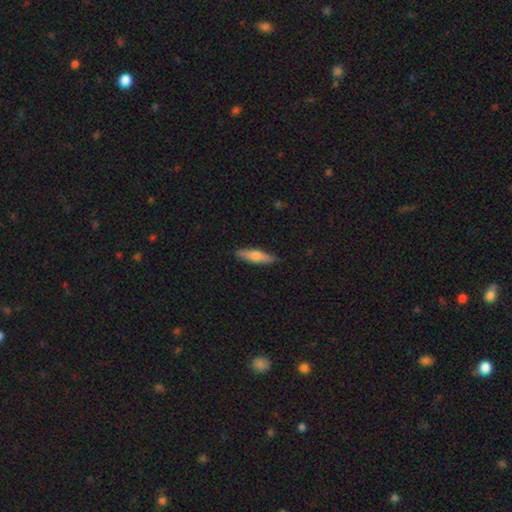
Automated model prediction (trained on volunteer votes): A smooth galaxy with no disk features (64%) that is cigar-shaped (71%).

Vote fractions:
- Smooth or featured? smooth: 64% / featured or disk: 30% / star or artifact: 6%
- How rounded? cigar-shaped: 71% / in between: 27% / round: 2%
- Merging? none: 87% / minor disturbance: 10% / major disturbance: 2% / merger: 1%